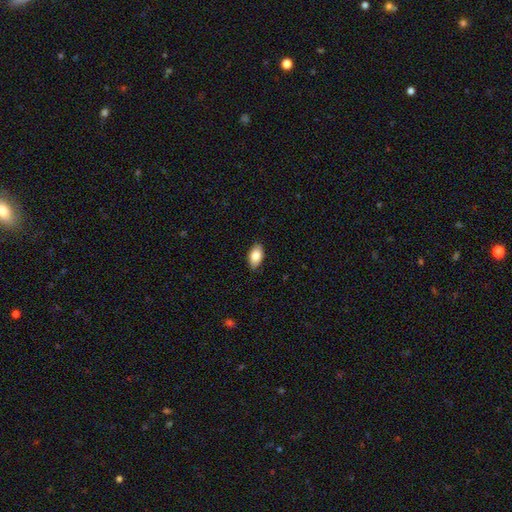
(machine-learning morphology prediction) Smooth or featured? smooth (84%)
How rounded? in between (93%)
Merging? none (87%)